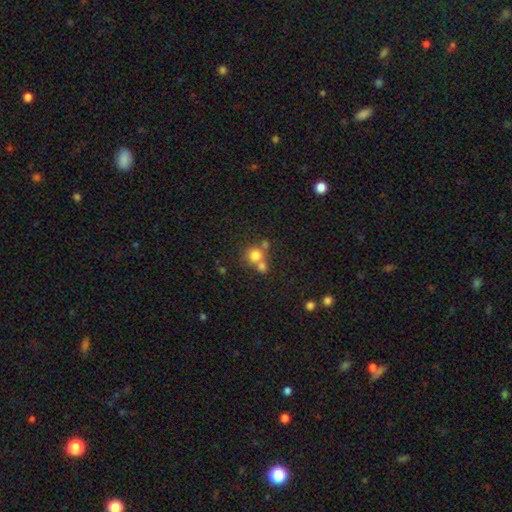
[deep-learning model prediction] Morphology: type=smooth (75%); roundness=round (88%); merging=merger (46%).